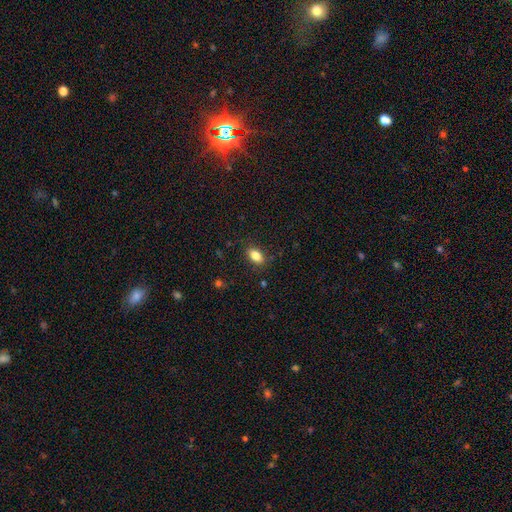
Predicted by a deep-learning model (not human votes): Morphology: type=smooth (84%); roundness=in between (88%); merging=none (85%).